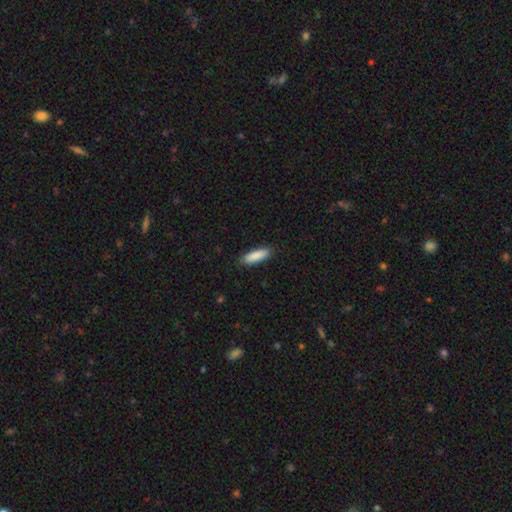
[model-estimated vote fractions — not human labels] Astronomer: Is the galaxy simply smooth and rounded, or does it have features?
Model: smooth — 88%.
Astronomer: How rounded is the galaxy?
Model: cigar-shaped — 53% (runner-up: in between, 45%).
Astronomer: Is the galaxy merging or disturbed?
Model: none — 88%.